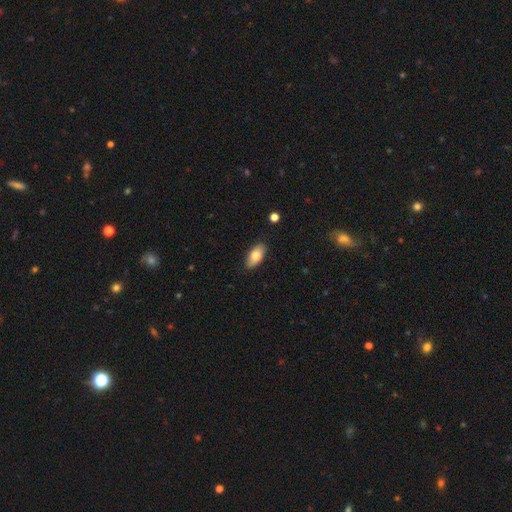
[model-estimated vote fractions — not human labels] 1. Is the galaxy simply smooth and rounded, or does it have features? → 79% smooth, 15% featured or disk, 6% star or artifact.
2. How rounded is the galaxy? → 91% in between, 6% cigar-shaped, 3% round.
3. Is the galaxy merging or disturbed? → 86% none, 11% minor disturbance, 2% major disturbance, 1% merger.